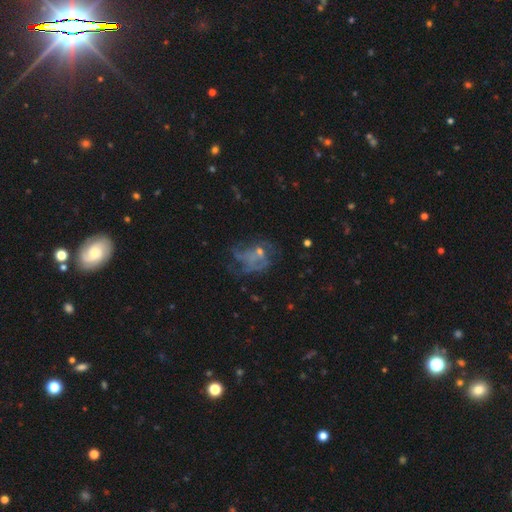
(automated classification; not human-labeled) smooth_or_featured: featured or disk (p=0.58) [alt: smooth p=0.23]
disk_edge_on: no (p=0.98) [alt: yes p=0.02]
bar: no (p=0.84) [alt: weak p=0.14]
has_spiral_arms: no (p=0.63) [alt: yes p=0.37]
bulge_size: small (p=0.40) [alt: none p=0.39]
merging: major disturbance (p=0.40) [alt: none p=0.37]